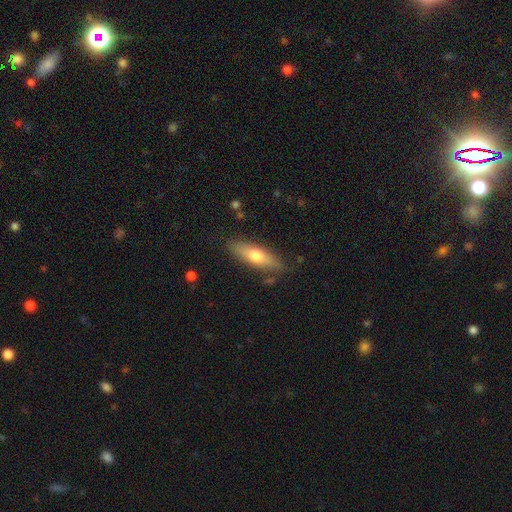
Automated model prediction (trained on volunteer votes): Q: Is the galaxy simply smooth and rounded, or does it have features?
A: smooth — 62%.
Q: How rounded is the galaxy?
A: cigar-shaped — 53%.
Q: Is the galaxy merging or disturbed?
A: none — 82%.